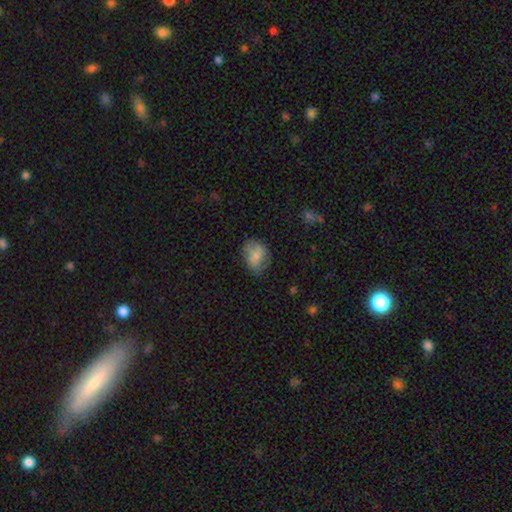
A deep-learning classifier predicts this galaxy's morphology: Smooth or featured? smooth (76%)
How rounded? in between (59%)
Merging? none (68%)